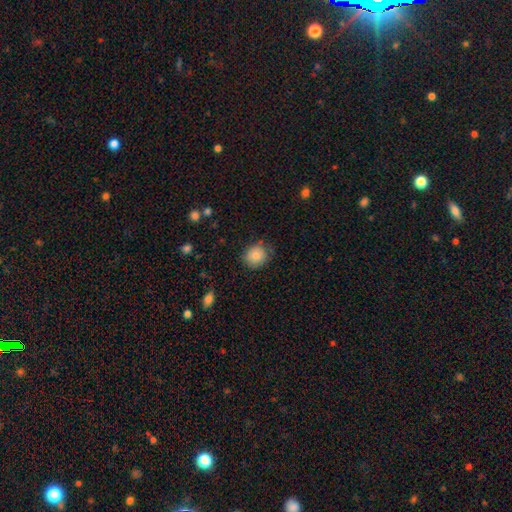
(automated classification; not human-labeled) Morphology: type=smooth (83%); roundness=round (80%); merging=none (77%).